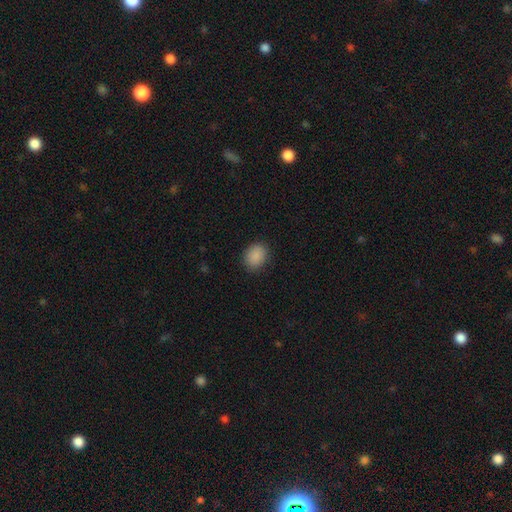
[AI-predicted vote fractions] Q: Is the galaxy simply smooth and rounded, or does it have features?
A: smooth — 89%.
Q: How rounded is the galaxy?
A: in between — 50%.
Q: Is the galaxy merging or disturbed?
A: none — 88%.